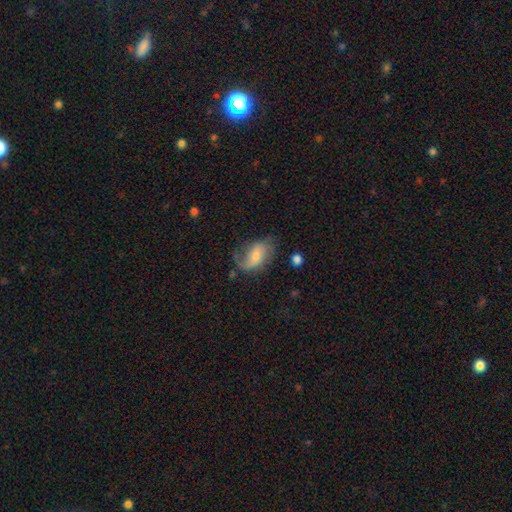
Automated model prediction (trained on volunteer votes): A featured or disk galaxy (53%).

Vote fractions:
- Smooth or featured? featured or disk: 53% / smooth: 39% / star or artifact: 8%
- Edge-on disk? no: 95% / yes: 5%
- Merging? none: 49% / minor disturbance: 28% / major disturbance: 21% / merger: 3%